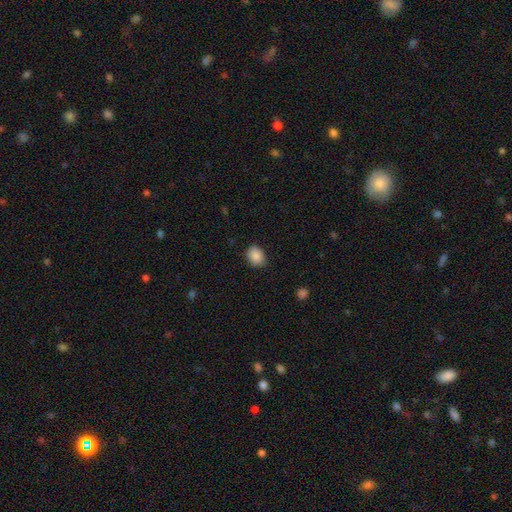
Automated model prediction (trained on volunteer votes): The model was most divided on "how rounded": in between: 54%, round: 46%, cigar-shaped: 1%. More confident: smooth or featured — smooth (88%); merging — none (82%).